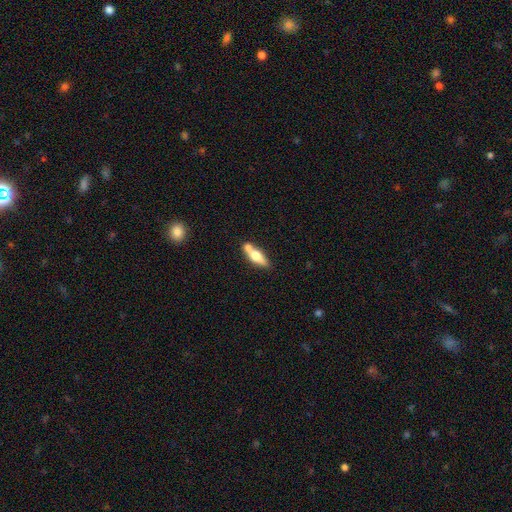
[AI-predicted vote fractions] smooth-or-featured: smooth: 56% | featured or disk: 38% | star or artifact: 6%
  how-rounded: in between: 51% | cigar-shaped: 45% | round: 4%
  merging: none: 53% | merger: 30% | minor disturbance: 13% | major disturbance: 4%